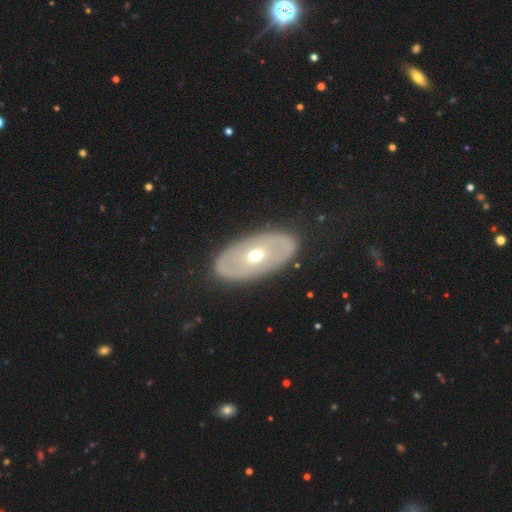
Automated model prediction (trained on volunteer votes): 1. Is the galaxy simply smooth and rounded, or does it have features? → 63% featured or disk, 32% smooth, 5% star or artifact.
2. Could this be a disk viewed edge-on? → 88% no, 12% yes.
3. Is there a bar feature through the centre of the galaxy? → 82% no, 13% weak, 5% strong.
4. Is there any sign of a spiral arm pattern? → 75% no, 25% yes.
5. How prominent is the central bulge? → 68% moderate, 26% small, 4% large, 1% dominant, 1% none.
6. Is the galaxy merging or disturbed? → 86% none, 9% minor disturbance, 3% major disturbance, 1% merger.